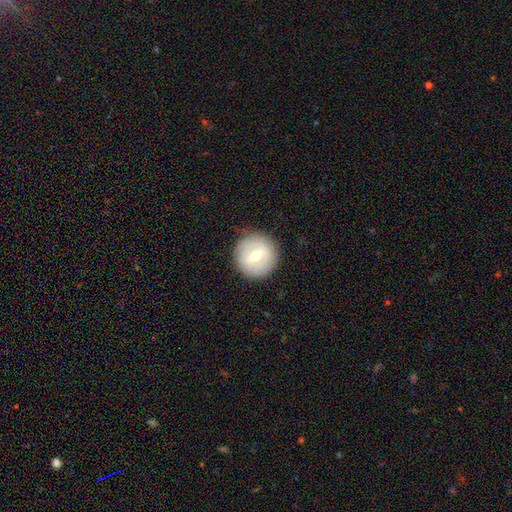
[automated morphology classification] featured or disk 52%, smooth 41%, star or artifact 7%. Down the decision tree: edge-on disk — no (90%); merging — none (88%).